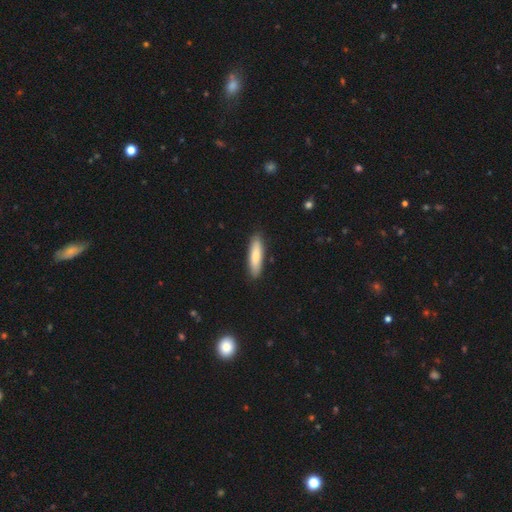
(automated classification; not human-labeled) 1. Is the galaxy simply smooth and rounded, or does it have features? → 76% smooth, 18% featured or disk, 5% star or artifact.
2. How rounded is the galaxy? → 67% cigar-shaped, 32% in between, 1% round.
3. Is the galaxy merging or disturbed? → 88% none, 9% minor disturbance, 2% major disturbance, 1% merger.